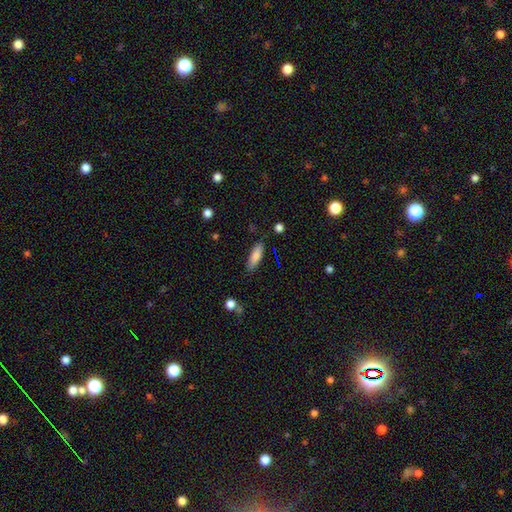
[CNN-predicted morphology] Smooth or featured?
  - smooth: 83% *
  - featured or disk: 10%
  - star or artifact: 6%
How rounded?
  - in between: 51% *
  - cigar-shaped: 47%
  - round: 2%
Merging?
  - none: 82% *
  - minor disturbance: 13%
  - major disturbance: 3%
  - merger: 2%